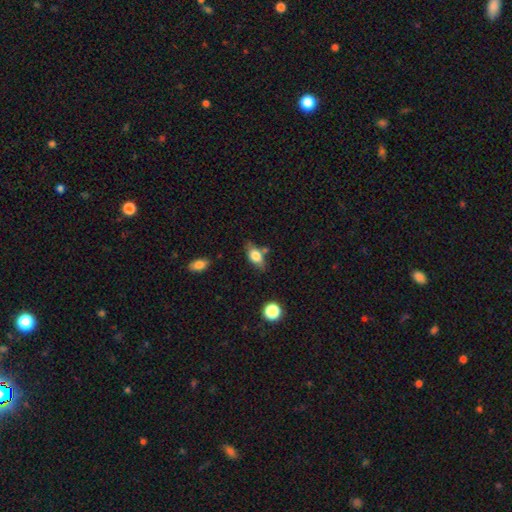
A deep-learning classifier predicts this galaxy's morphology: Q: Smooth or featured?
A: smooth (71%); runner-up: featured or disk (21%)
Q: How rounded?
A: in between (80%); runner-up: round (10%)
Q: Merging?
A: none (67%); runner-up: minor disturbance (19%)